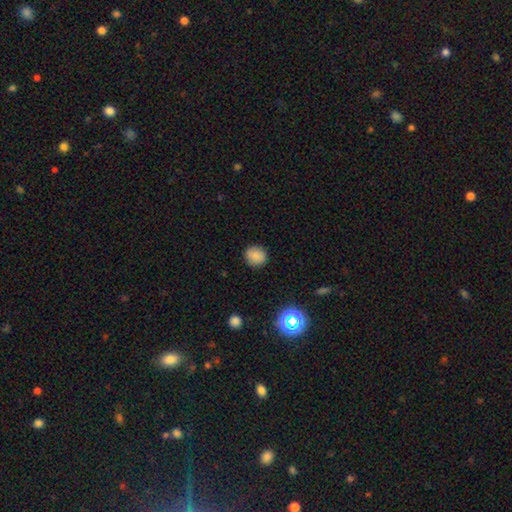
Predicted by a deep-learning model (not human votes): Morphology: type=smooth (83%); roundness=round (83%); merging=none (88%).